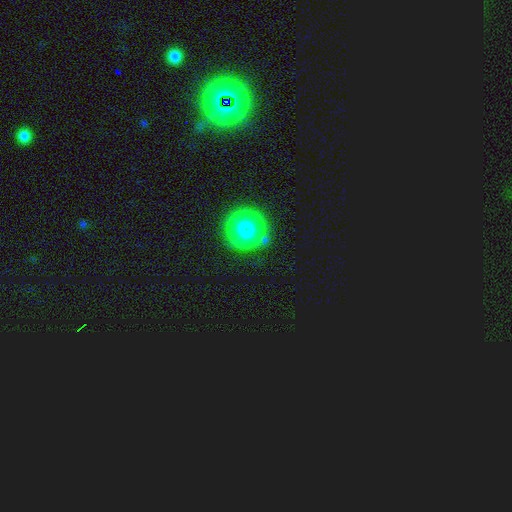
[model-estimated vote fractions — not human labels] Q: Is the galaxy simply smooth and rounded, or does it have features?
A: star or artifact — 67%.